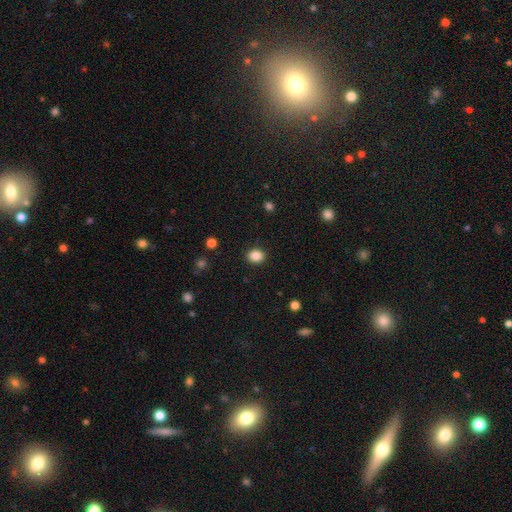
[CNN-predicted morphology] The model was most divided on "how rounded": round: 56%, in between: 43%, cigar-shaped: 1%. More confident: merging — none (89%); smooth or featured — smooth (87%).